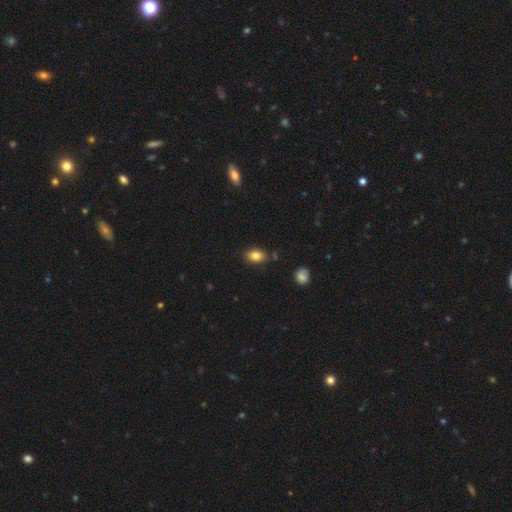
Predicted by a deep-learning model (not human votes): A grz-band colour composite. It shows a smooth galaxy with no disk features (84%) that is in between round and cigar-shaped (83%). Merging: none (81%).